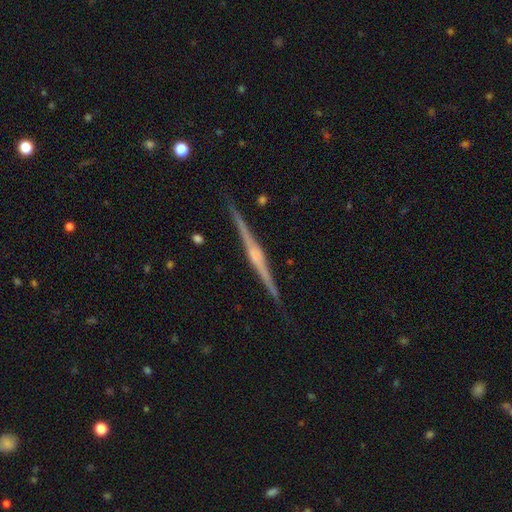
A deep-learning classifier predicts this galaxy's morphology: smooth_or_featured: featured or disk (p=0.85) [alt: smooth p=0.10]
disk_edge_on: yes (p=0.99) [alt: no p=0.01]
edge_on_bulge: rounded (p=0.66) [alt: boxy p=0.20]
merging: none (p=0.91) [alt: minor disturbance p=0.06]